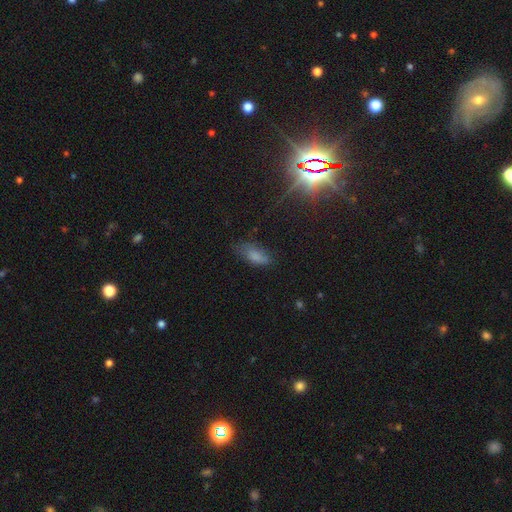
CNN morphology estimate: Smooth or featured? smooth (77%)
How rounded? in between (77%)
Merging? none (60%)